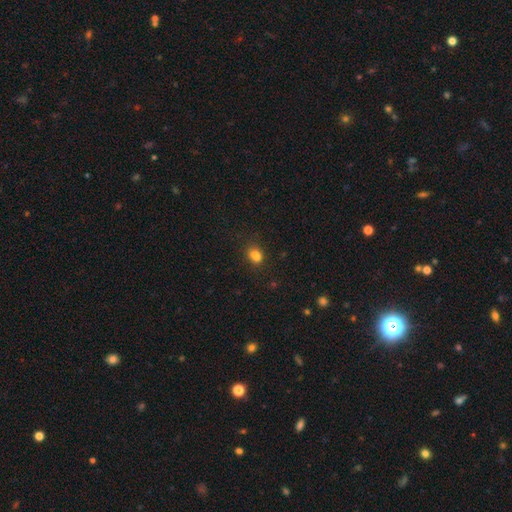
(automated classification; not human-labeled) smooth_or_featured: smooth (p=0.80) [alt: star or artifact p=0.14]
how_rounded: in between (p=0.59) [alt: round p=0.39]
merging: none (p=0.65) [alt: minor disturbance p=0.17]